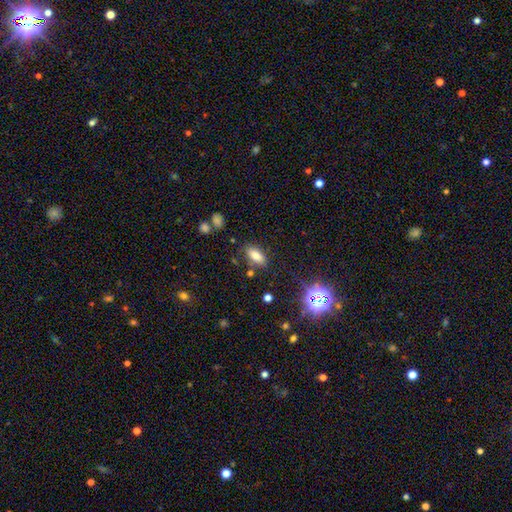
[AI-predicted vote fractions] Q: Smooth or featured?
A: smooth (79%); runner-up: star or artifact (12%)
Q: How rounded?
A: in between (86%); runner-up: cigar-shaped (11%)
Q: Merging?
A: none (79%); runner-up: minor disturbance (13%)